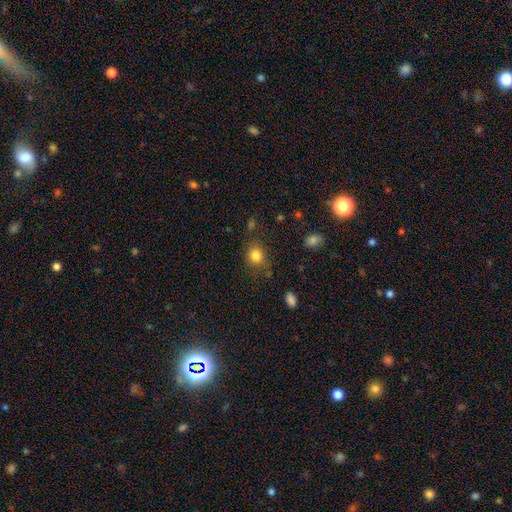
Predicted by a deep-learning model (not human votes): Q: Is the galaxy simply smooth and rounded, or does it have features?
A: smooth — 82%.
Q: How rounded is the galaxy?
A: round — 69%.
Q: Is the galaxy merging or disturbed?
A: none — 75%.